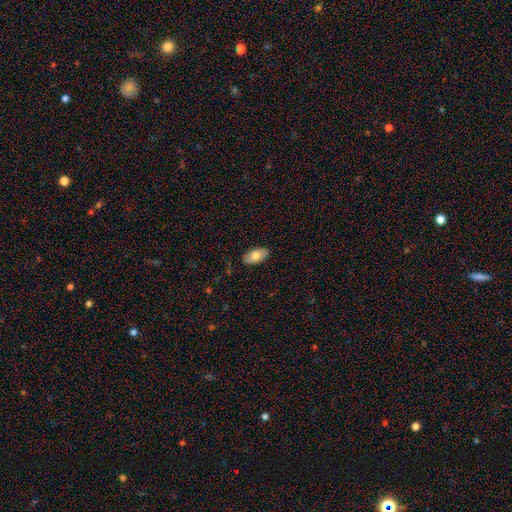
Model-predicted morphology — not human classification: This appears to be a smooth galaxy with no disk features (76%) that is in between round and cigar-shaped (94%). Merging: none (86%).